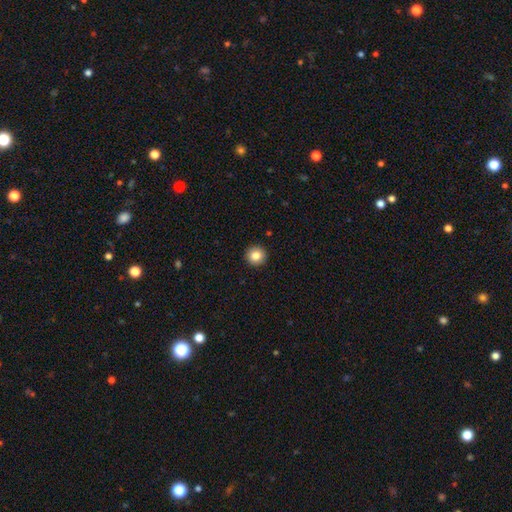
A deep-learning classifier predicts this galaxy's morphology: This appears to be a smooth galaxy with no disk features (84%) that is round (96%). Merging: none (93%).